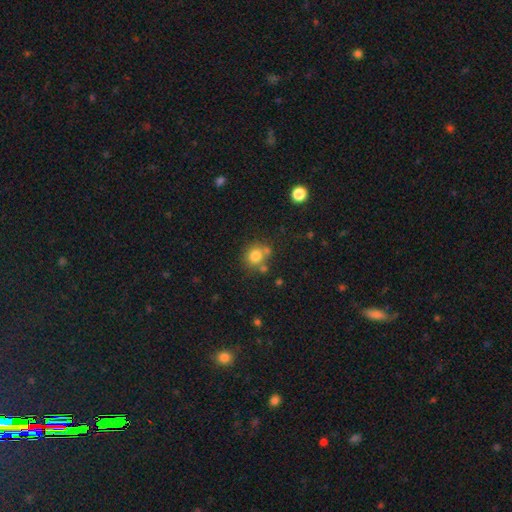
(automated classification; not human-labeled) This appears to be a smooth galaxy with no disk features (77%) that is round (84%). Merging: none (63%).